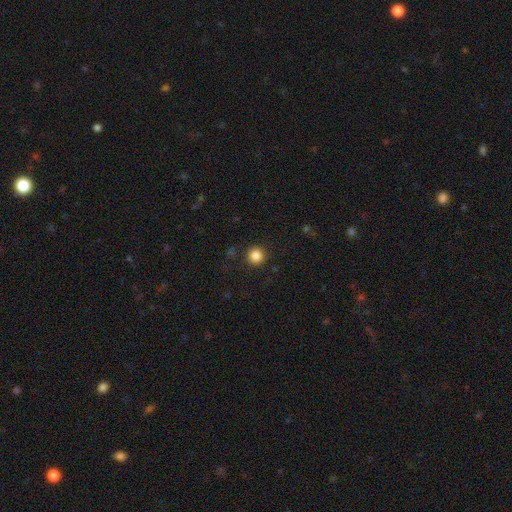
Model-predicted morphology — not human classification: The model was most divided on "smooth or featured": smooth: 85%, star or artifact: 11%, featured or disk: 4%. More confident: how rounded — round (95%); merging — none (90%).